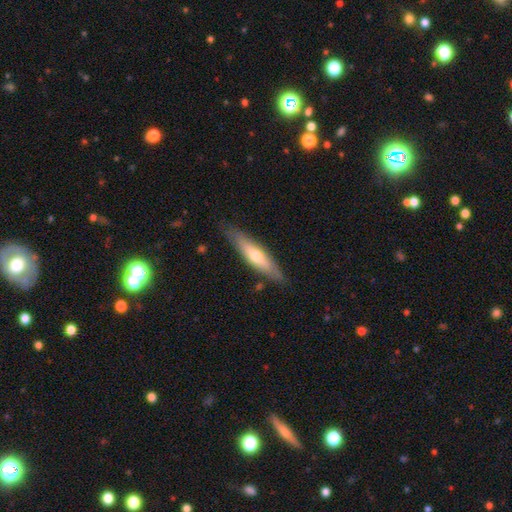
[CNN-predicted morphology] Smooth or featured? smooth (48%)
Merging? none (83%)